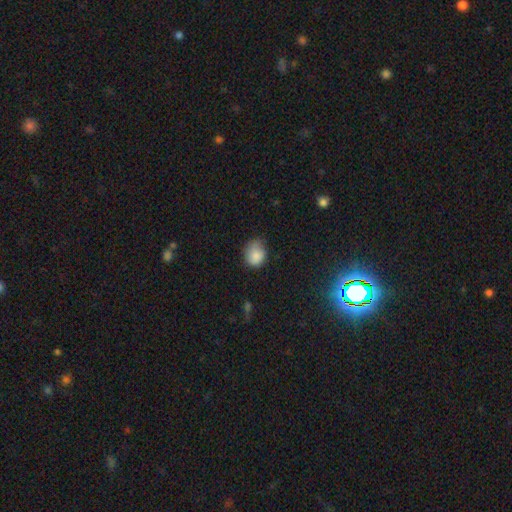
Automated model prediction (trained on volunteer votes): smooth 84%, star or artifact 9%, featured or disk 7%. Down the decision tree: how rounded — round (62%); merging — none (50%).